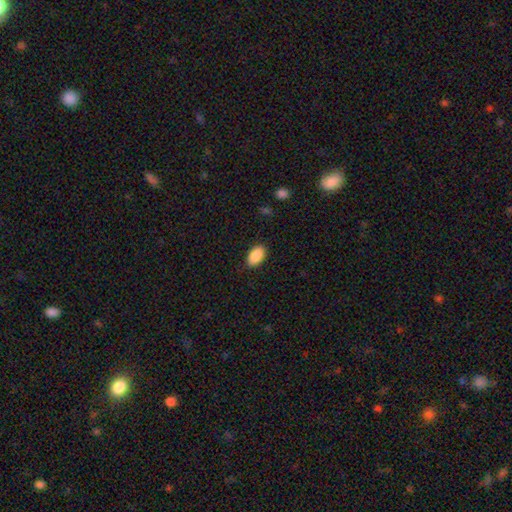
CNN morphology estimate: Smooth or featured? Predicted: smooth (p=0.90). How rounded? Predicted: in between (p=0.94). Merging? Predicted: none (p=0.86).